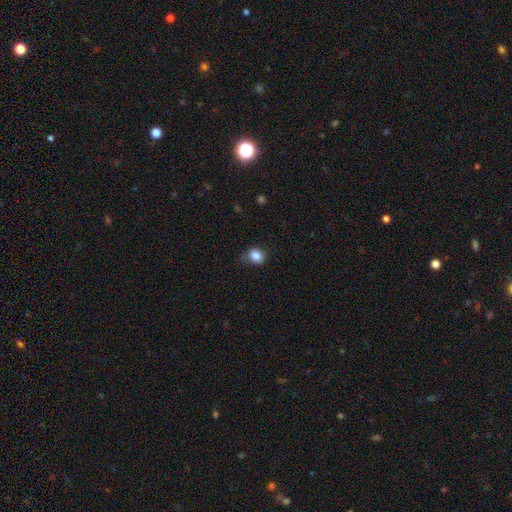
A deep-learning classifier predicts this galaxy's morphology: smooth_or_featured: smooth (p=0.85) [alt: star or artifact p=0.10]
how_rounded: round (p=0.66) [alt: in between p=0.33]
merging: none (p=0.62) [alt: minor disturbance p=0.29]